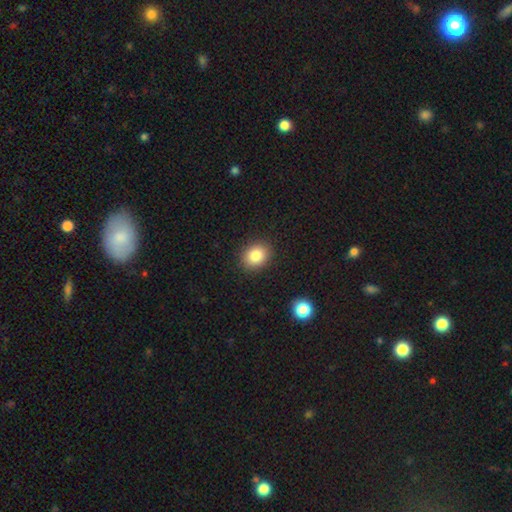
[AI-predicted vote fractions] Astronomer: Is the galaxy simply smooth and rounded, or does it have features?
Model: smooth — 84%.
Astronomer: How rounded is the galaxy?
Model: round — 56% (runner-up: in between, 44%).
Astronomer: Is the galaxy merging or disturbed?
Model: none — 89%.